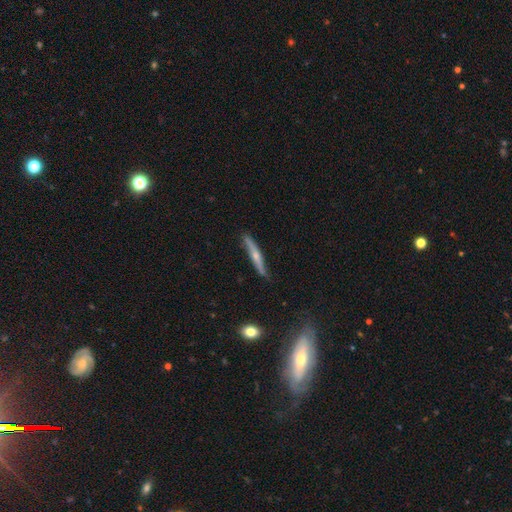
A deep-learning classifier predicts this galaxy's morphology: A featured or disk galaxy (59%) viewed edge-on (93%) with a rounded central bulge (77%). Merging: none (81%).